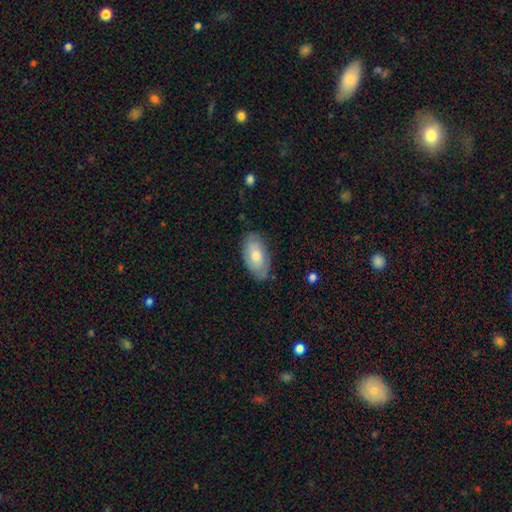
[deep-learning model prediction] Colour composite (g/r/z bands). It shows a smooth galaxy with no disk features (61%) that is in between round and cigar-shaped (93%). Merging: none (77%).